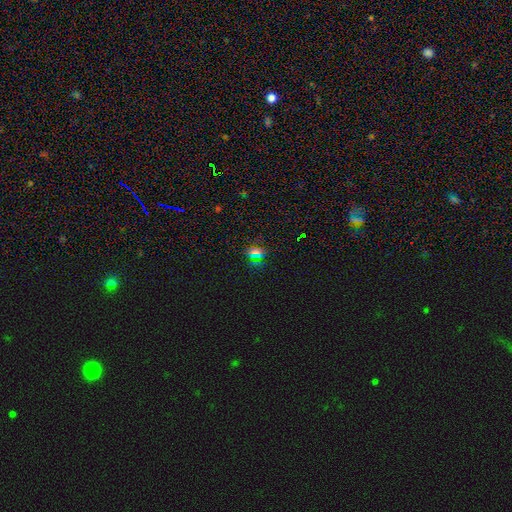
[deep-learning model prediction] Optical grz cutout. It shows a star or artifact, not a galaxy (52%).